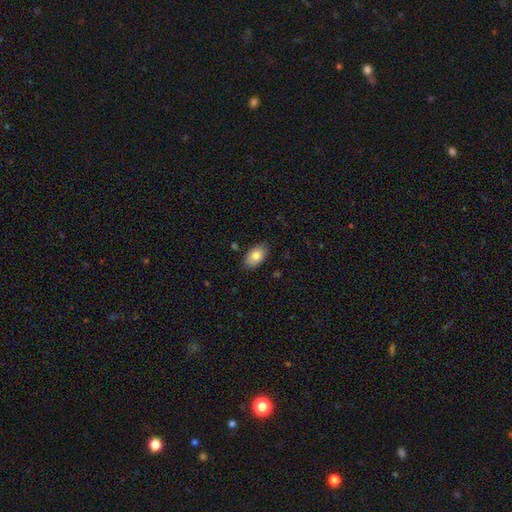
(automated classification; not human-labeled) Morphology: type=smooth (81%); roundness=in between (92%); merging=none (84%).